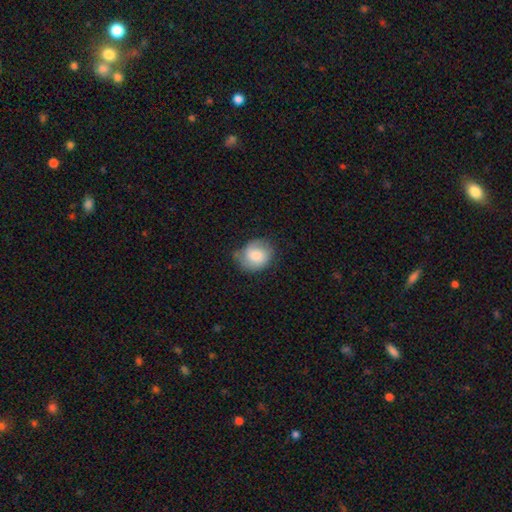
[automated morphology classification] A smooth galaxy with no disk features (63%) that is round (69%). Merging: none (60%).